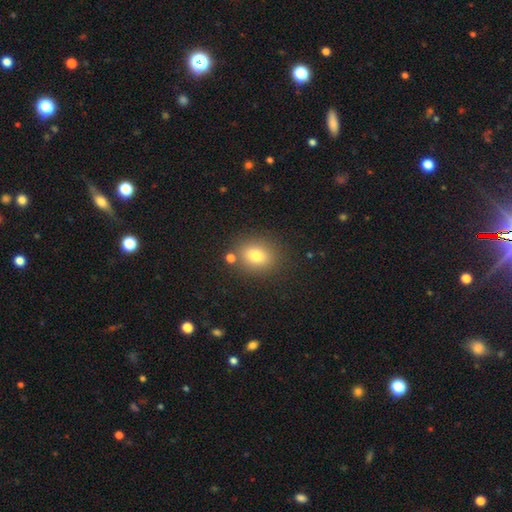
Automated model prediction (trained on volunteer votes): smooth-or-featured: smooth: 78% | star or artifact: 13% | featured or disk: 10%
  how-rounded: in between: 51% | round: 48% | cigar-shaped: 1%
  merging: none: 81% | minor disturbance: 10% | merger: 6% | major disturbance: 3%